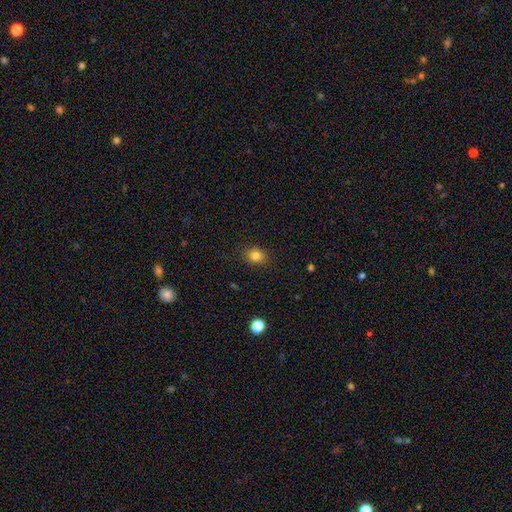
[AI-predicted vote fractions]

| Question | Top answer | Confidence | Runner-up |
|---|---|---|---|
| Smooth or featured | smooth | 82% | star or artifact (12%) |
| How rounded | round | 57% | in between (42%) |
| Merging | none | 88% | minor disturbance (9%) |